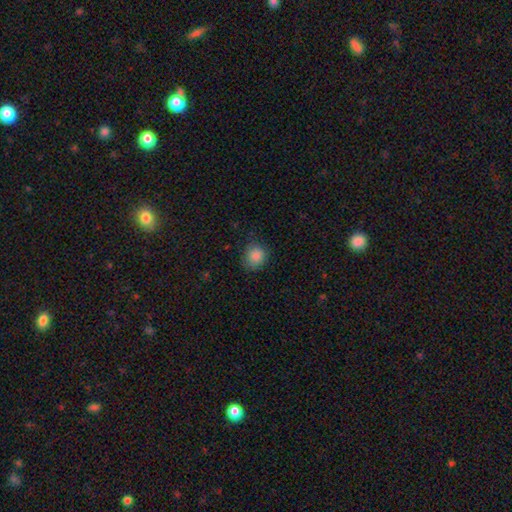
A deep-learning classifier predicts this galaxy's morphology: smooth-or-featured: smooth: 87% | star or artifact: 9% | featured or disk: 4%
  how-rounded: round: 73% | in between: 26% | cigar-shaped: 1%
  merging: none: 77% | minor disturbance: 18% | major disturbance: 4% | merger: 1%